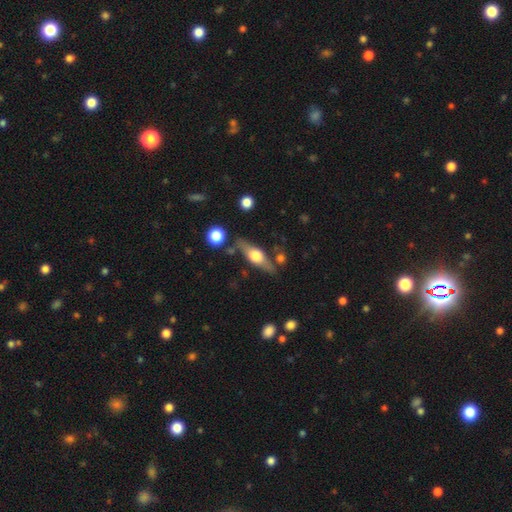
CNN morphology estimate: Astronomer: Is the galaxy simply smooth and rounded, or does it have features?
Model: featured or disk — 61%.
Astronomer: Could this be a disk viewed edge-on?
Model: yes — 91%.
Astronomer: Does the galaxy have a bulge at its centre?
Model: rounded — 94%.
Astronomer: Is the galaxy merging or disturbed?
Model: none — 77%.